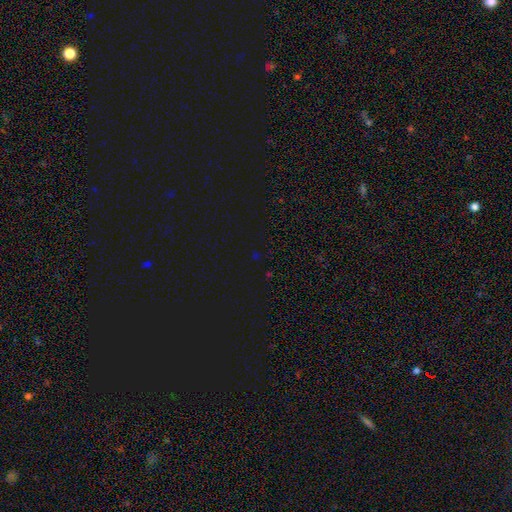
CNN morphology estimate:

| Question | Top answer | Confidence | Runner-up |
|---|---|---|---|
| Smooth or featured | star or artifact | 73% | smooth (21%) |